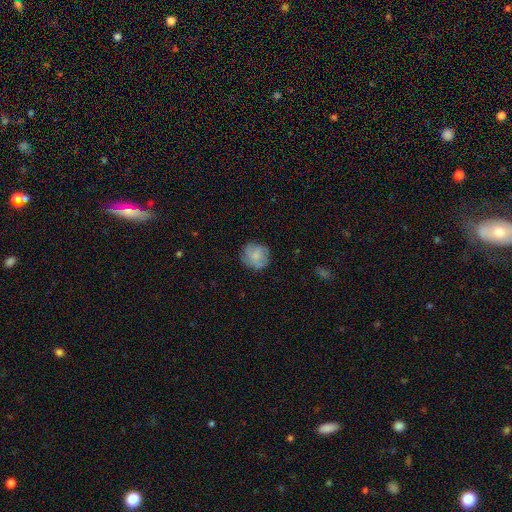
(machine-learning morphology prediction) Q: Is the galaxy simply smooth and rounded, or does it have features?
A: smooth — 70%.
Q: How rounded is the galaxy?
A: round — 89%.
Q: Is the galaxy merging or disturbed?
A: none — 76%.